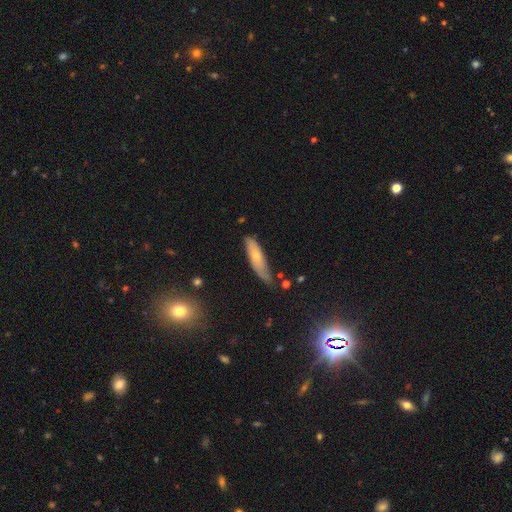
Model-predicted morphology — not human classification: smooth 50%, featured or disk 41%, star or artifact 9%. Down the decision tree: how rounded — cigar-shaped (71%); merging — none (61%).